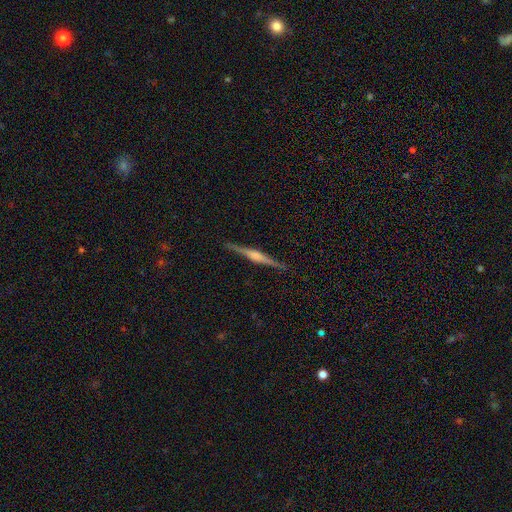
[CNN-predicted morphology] smooth-or-featured: featured or disk: 75% | smooth: 19% | star or artifact: 6%
  disk-edge-on: yes: 98% | no: 2%
    edge-on-bulge: rounded: 63% | boxy: 27% | none: 10%
  merging: none: 90% | minor disturbance: 7% | major disturbance: 2% | merger: 1%